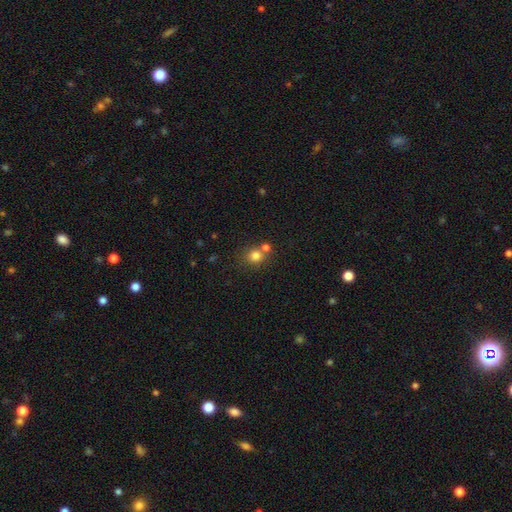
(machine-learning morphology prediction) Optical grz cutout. It shows a smooth galaxy with no disk features (79%) that is round (84%). Merging: none (58%).